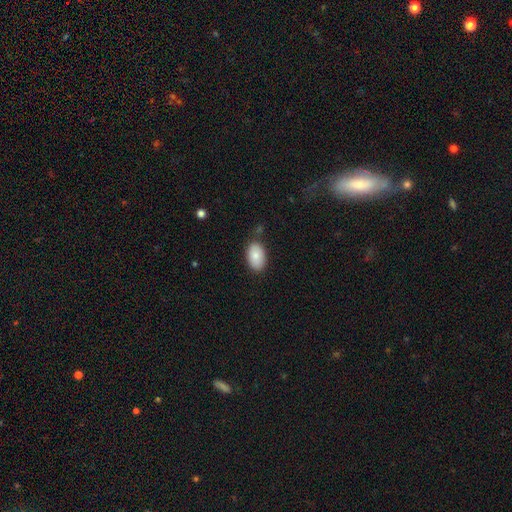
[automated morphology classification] type=smooth (83%); roundness=in between (92%); merging=none (79%).